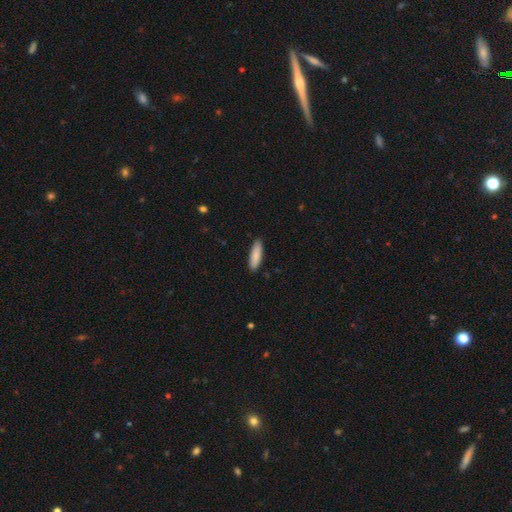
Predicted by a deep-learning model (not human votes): This is clearly a smooth galaxy (86%). How rounded: possibly cigar-shaped (54%). Merging: clearly none (89%).